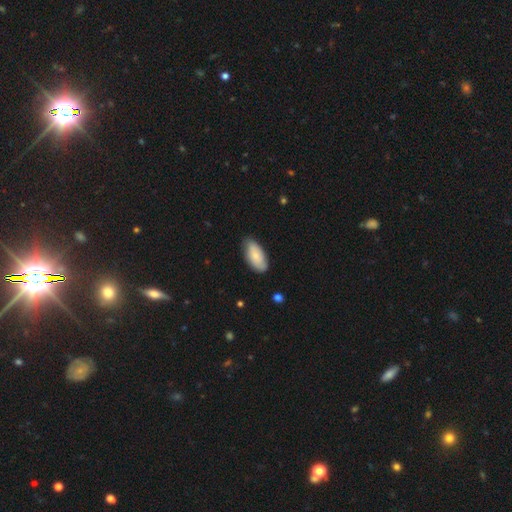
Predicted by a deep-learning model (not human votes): Smooth or featured? smooth (79%)
How rounded? in between (92%)
Merging? none (76%)